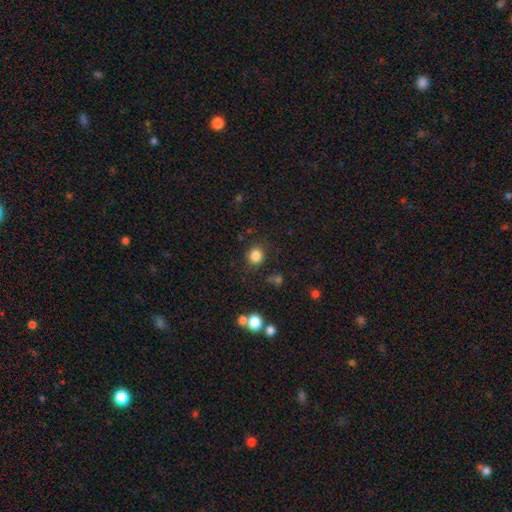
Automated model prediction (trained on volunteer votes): Smooth or featured?
  - smooth: 84% *
  - star or artifact: 12%
  - featured or disk: 4%
How rounded?
  - round: 87% *
  - in between: 12%
  - cigar-shaped: 1%
Merging?
  - none: 85% *
  - minor disturbance: 9%
  - major disturbance: 3%
  - merger: 3%